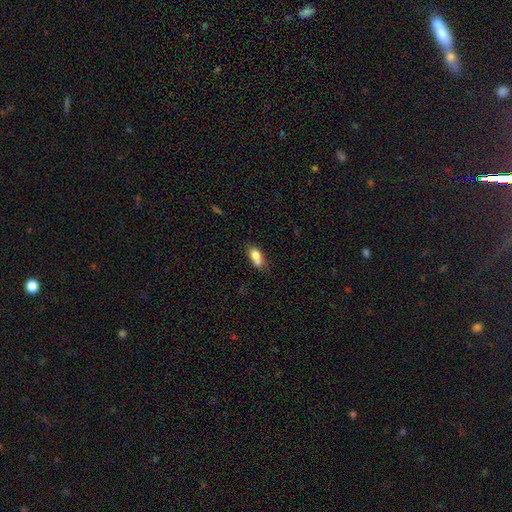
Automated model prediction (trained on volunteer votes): Q: Smooth or featured?
A: smooth (78%); runner-up: featured or disk (13%)
Q: How rounded?
A: in between (83%); runner-up: cigar-shaped (9%)
Q: Merging?
A: none (42%); runner-up: minor disturbance (27%)